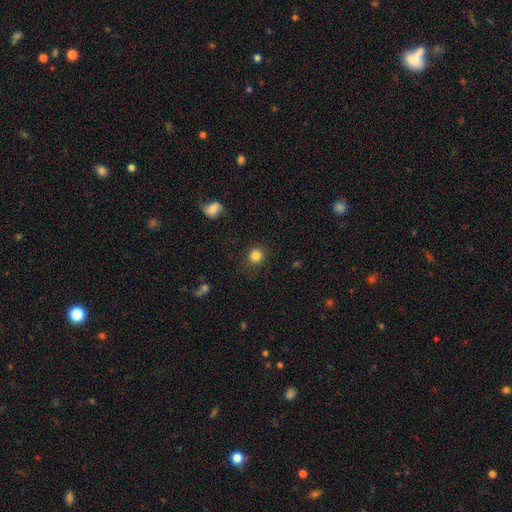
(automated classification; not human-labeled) Smooth or featured?
  - smooth: 84% *
  - star or artifact: 11%
  - featured or disk: 5%
How rounded?
  - round: 89% *
  - in between: 10%
  - cigar-shaped: 1%
Merging?
  - none: 85% *
  - minor disturbance: 10%
  - major disturbance: 4%
  - merger: 1%